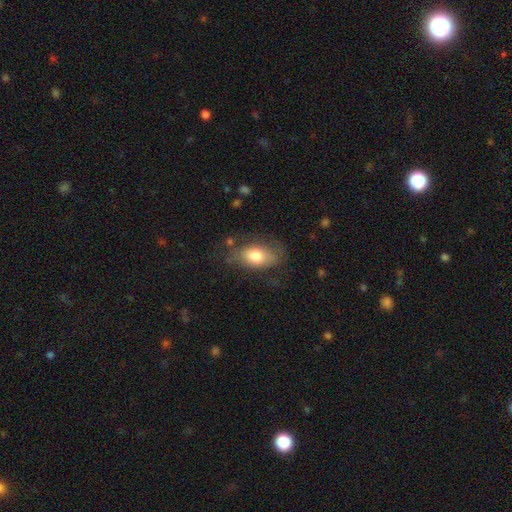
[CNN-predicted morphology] Smooth or featured? smooth (73%)
How rounded? in between (88%)
Merging? none (64%)